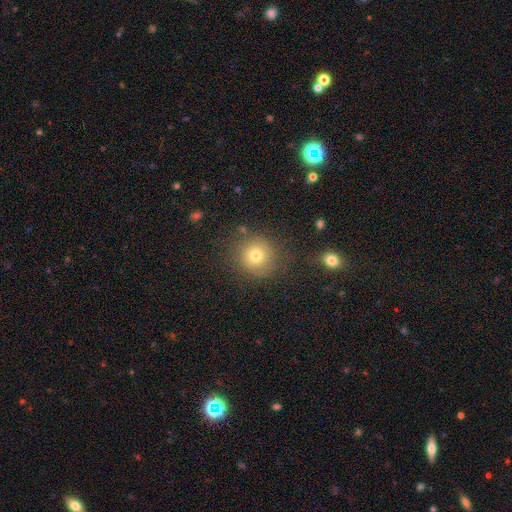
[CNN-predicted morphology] A smooth galaxy with no disk features (74%) that is round (92%). Merging: none (80%).